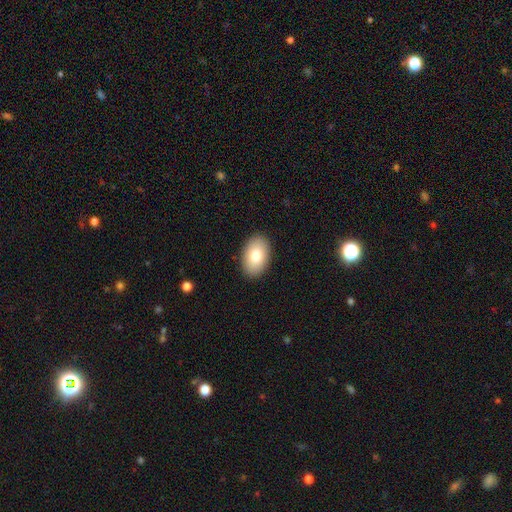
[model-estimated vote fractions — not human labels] Smooth or featured? smooth (80%)
How rounded? in between (90%)
Merging? none (89%)